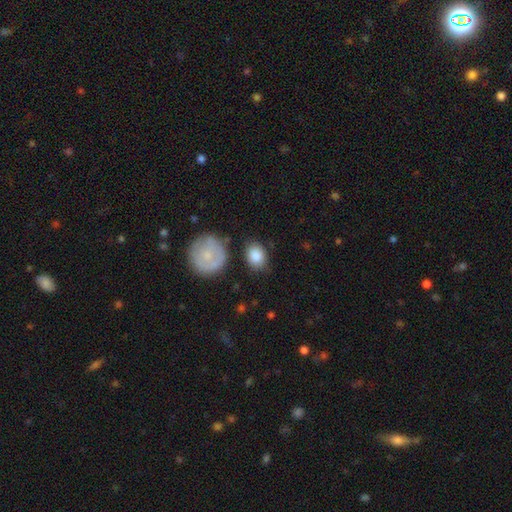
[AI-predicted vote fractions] A smooth galaxy with no disk features (86%) that is in between round and cigar-shaped (56%). Merging: none (77%).